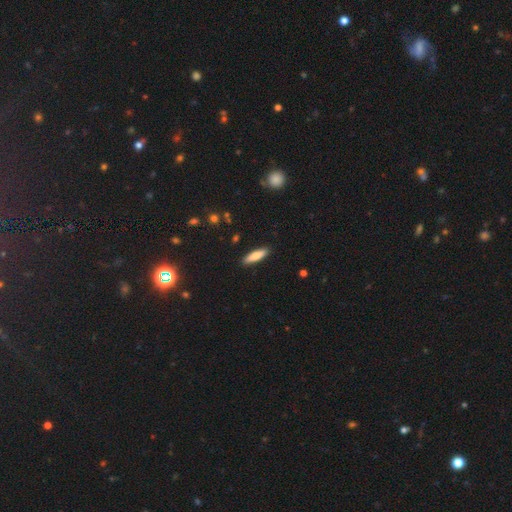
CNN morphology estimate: Smooth or featured? smooth (80%)
How rounded? cigar-shaped (69%)
Merging? none (89%)